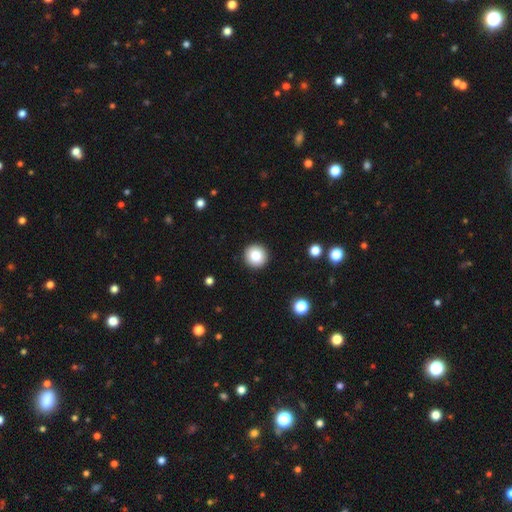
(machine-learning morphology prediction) The model was most divided on "smooth or featured": smooth: 84%, star or artifact: 9%, featured or disk: 7%. More confident: how rounded — round (95%); merging — none (93%).